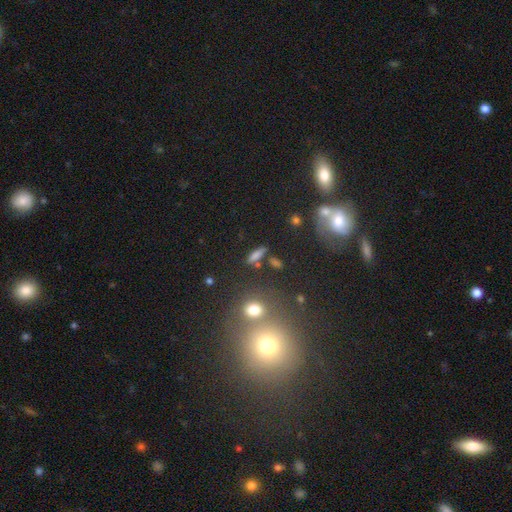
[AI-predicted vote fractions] This appears to be a smooth galaxy with no disk features (69%) that is cigar-shaped (58%). Merging: none (75%).